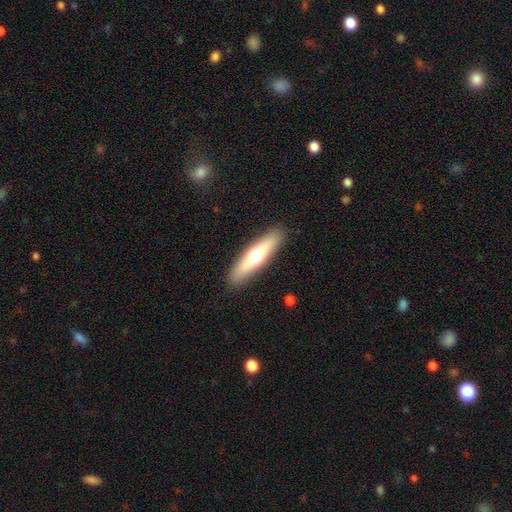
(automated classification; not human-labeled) Smooth or featured? Predicted: smooth (p=0.50). Merging? Predicted: none (p=0.90).